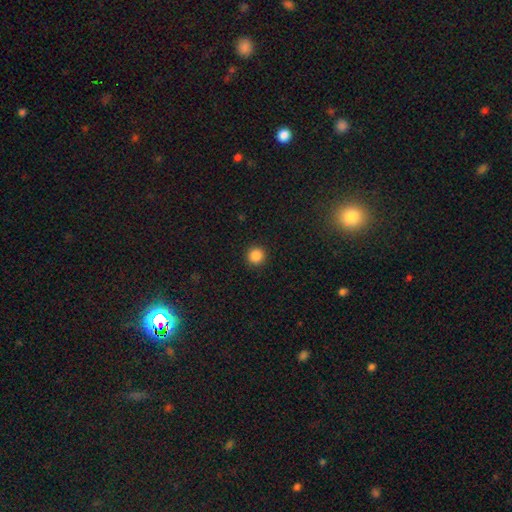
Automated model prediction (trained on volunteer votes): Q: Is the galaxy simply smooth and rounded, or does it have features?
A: smooth — 86%.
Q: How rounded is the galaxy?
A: round — 94%.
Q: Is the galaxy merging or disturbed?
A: none — 93%.